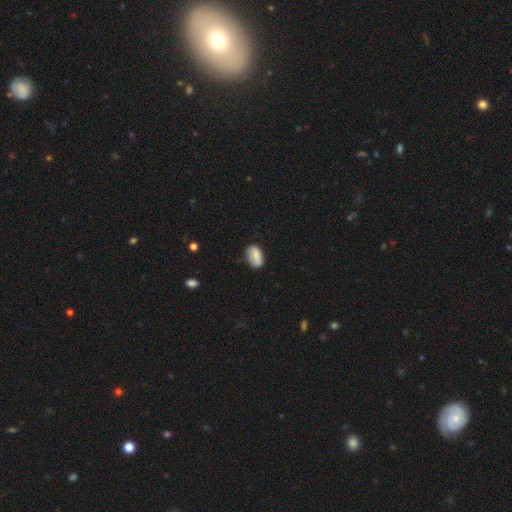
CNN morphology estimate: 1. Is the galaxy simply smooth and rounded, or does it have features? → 77% smooth, 16% featured or disk, 7% star or artifact.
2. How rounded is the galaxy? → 90% in between, 8% round, 2% cigar-shaped.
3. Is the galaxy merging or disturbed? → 72% none, 22% minor disturbance, 4% major disturbance, 2% merger.